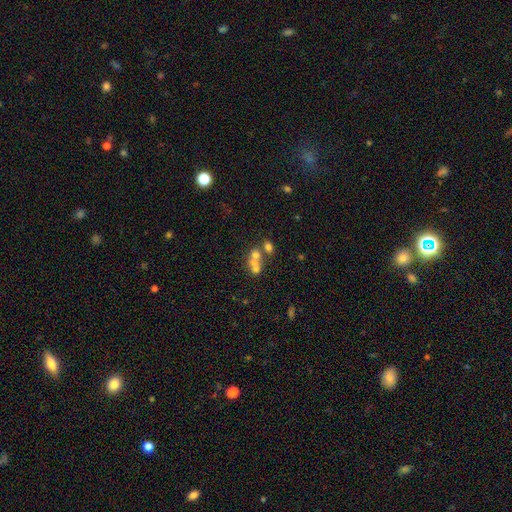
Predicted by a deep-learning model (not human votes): This appears to be a smooth galaxy with no disk features (51%) that is round (65%). Merging: merger (56%).